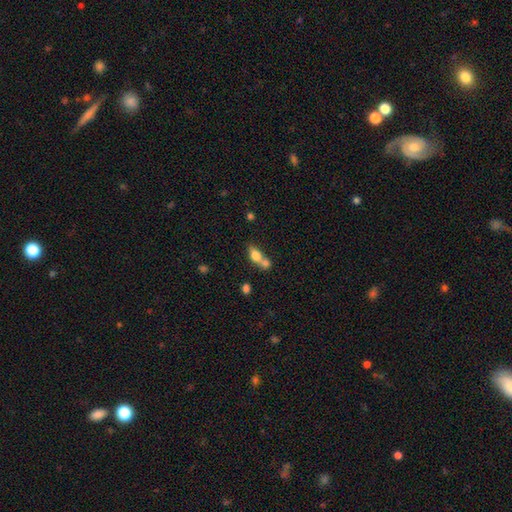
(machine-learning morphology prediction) smooth_or_featured: smooth (p=0.73) [alt: featured or disk p=0.18]
how_rounded: in between (p=0.74) [alt: round p=0.15]
merging: merger (p=0.61) [alt: none p=0.26]